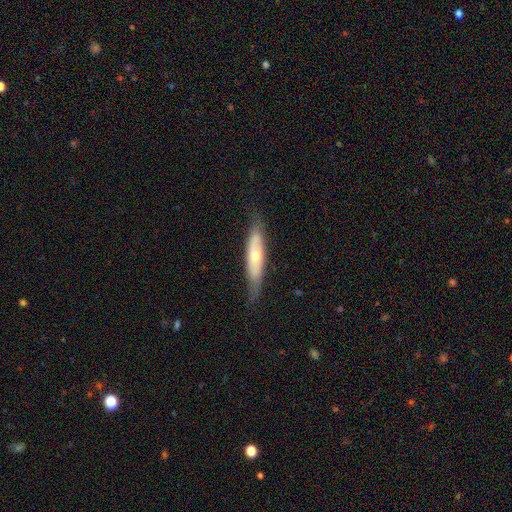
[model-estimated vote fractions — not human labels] Overall: featured or disk (54%; smooth 40%). Edge-on disk: yes (52%; no 48%). Merging: none (70%).